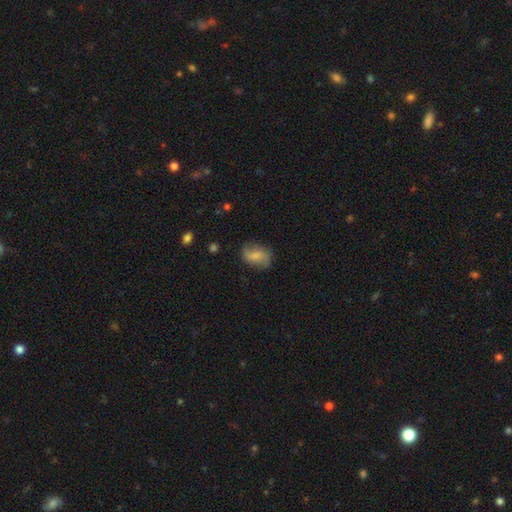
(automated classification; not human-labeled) smooth_or_featured: smooth (p=0.46) [alt: featured or disk p=0.45]
merging: none (p=0.71) [alt: minor disturbance p=0.20]